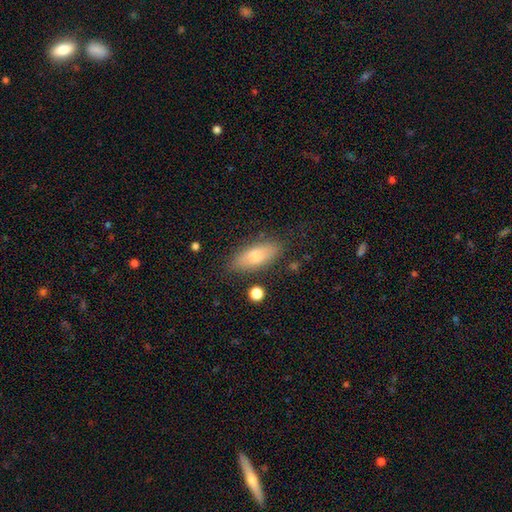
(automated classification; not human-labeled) Morphology: type=smooth (75%); roundness=in between (75%); merging=none (79%).